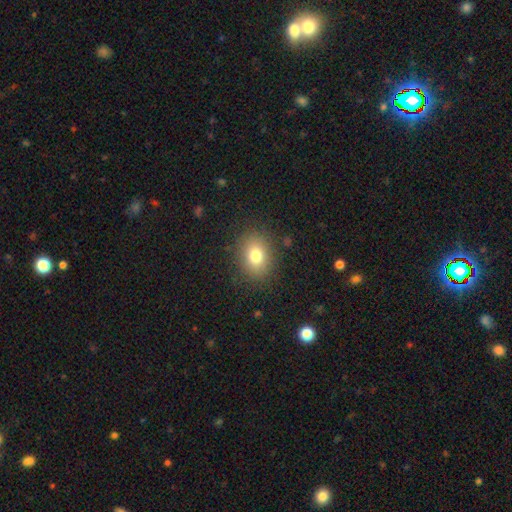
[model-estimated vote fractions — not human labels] Morphology: type=smooth (78%); roundness=in between (53%); merging=none (86%).